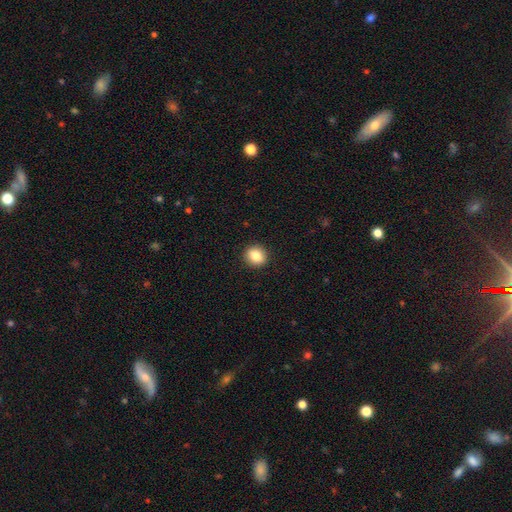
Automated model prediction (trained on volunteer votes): smooth_or_featured: smooth (p=0.84) [alt: star or artifact p=0.09]
how_rounded: round (p=0.70) [alt: in between p=0.29]
merging: none (p=0.91) [alt: minor disturbance p=0.06]